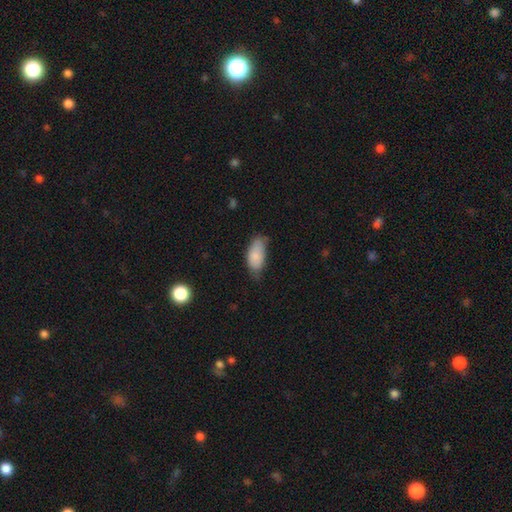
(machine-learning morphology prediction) A smooth galaxy with no disk features (84%) that is in between round and cigar-shaped (92%).

Vote fractions:
- Smooth or featured? smooth: 84% / featured or disk: 9% / star or artifact: 7%
- How rounded? in between: 92% / cigar-shaped: 6% / round: 3%
- Merging? none: 50% / minor disturbance: 39% / major disturbance: 9% / merger: 2%